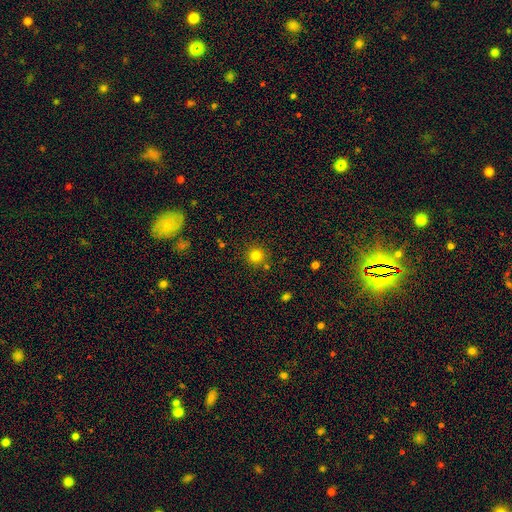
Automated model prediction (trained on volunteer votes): A smooth galaxy with no disk features (80%) that is round (95%).

Vote fractions:
- Smooth or featured? smooth: 80% / star or artifact: 14% / featured or disk: 6%
- How rounded? round: 95% / in between: 5% / cigar-shaped: 1%
- Merging? none: 86% / minor disturbance: 7% / merger: 5% / major disturbance: 3%